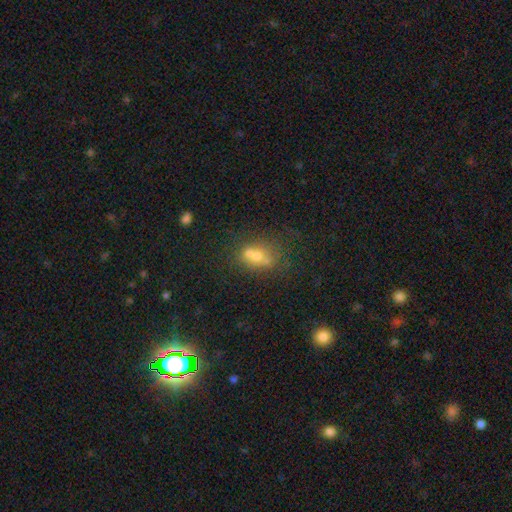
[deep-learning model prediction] Smooth or featured? Predicted: smooth (p=0.56). How rounded? Predicted: round (p=0.57). Merging? Predicted: merger (p=0.53).